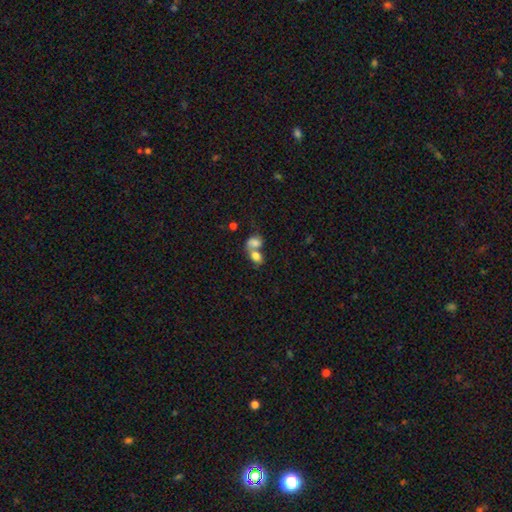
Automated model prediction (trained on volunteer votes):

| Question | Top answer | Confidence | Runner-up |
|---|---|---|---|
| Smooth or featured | smooth | 76% | featured or disk (15%) |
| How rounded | in between | 71% | round (27%) |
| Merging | merger | 72% | none (18%) |